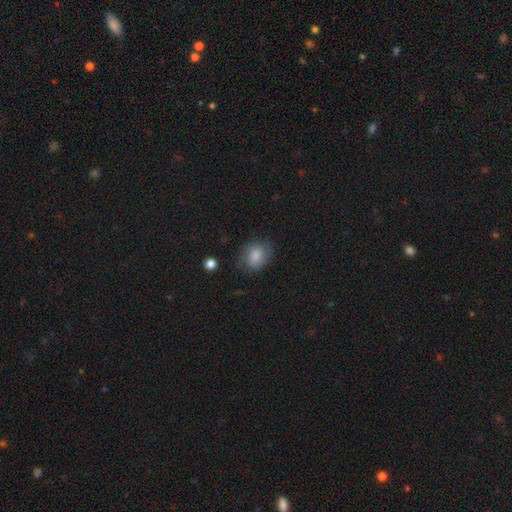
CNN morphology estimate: This appears to be a smooth galaxy with no disk features (76%) that is in between round and cigar-shaped (55%). Merging: none (71%).